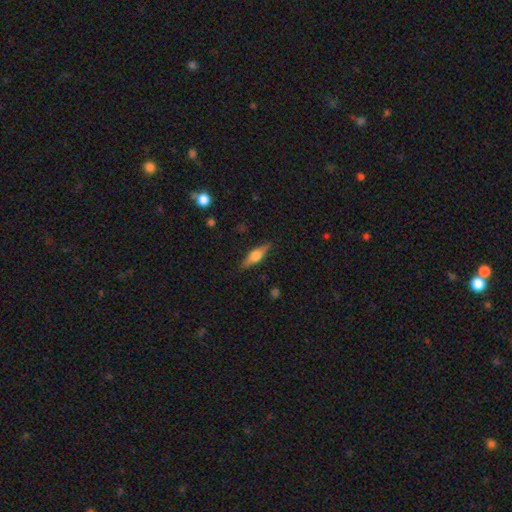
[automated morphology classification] This appears to be a featured or disk galaxy (58%) viewed edge-on (95%) with a rounded central bulge (91%). Merging: none (87%).